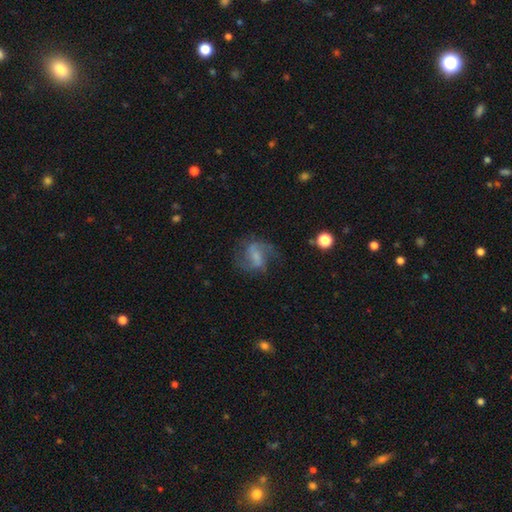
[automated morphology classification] Q: Smooth or featured?
A: featured or disk (67%); runner-up: smooth (24%)
Q: Edge-on disk?
A: no (97%); runner-up: yes (3%)
Q: Bar?
A: weak (46%); runner-up: strong (27%)
Q: Spiral arms?
A: yes (87%); runner-up: no (13%)
Q: Spiral winding?
A: loose (45%); runner-up: medium (43%)
Q: Spiral arm count?
A: 2 (78%); runner-up: can't tell (10%)
Q: Bulge size?
A: none (37%); runner-up: small (36%)
Q: Merging?
A: none (59%); runner-up: minor disturbance (19%)